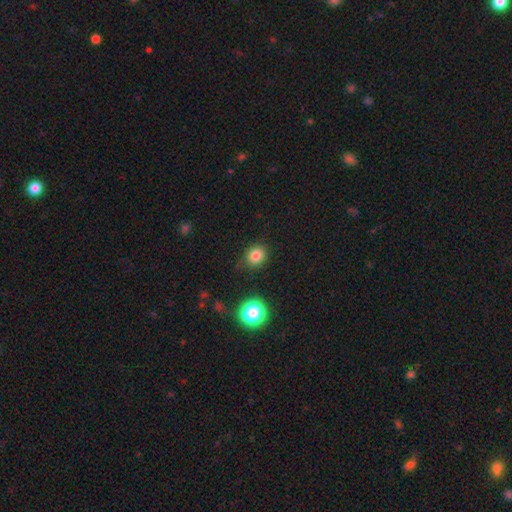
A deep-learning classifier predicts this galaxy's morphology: This is clearly a smooth galaxy (81%). How rounded: likely round (70%). Merging: likely none (80%).